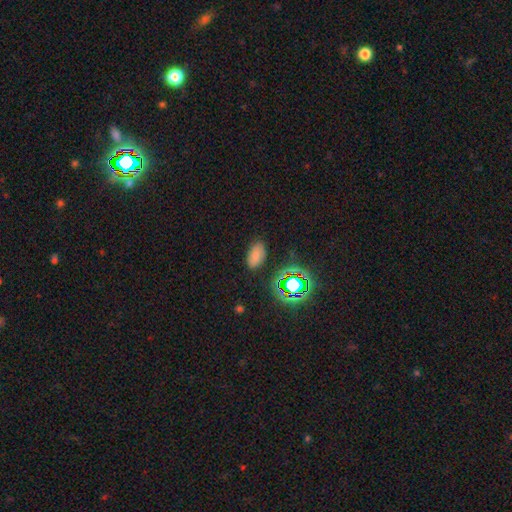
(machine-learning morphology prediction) This is likely a smooth galaxy (70%). How rounded: clearly in between (92%). Merging: likely none (79%).